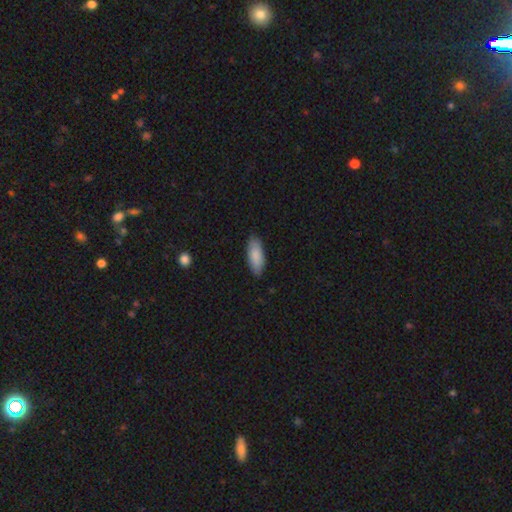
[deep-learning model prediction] Overall: smooth (86%). How rounded: in between (79%). Merging: none (86%).